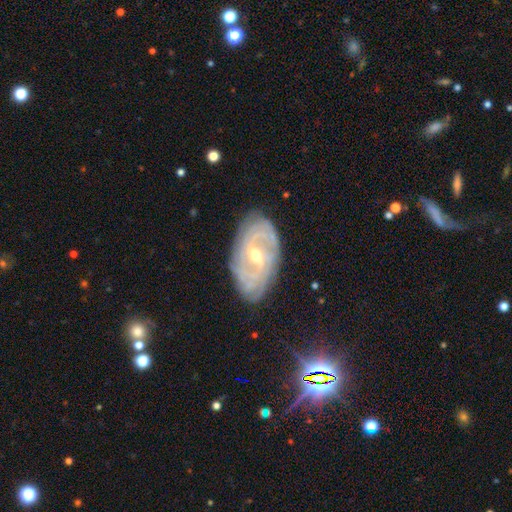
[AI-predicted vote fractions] This is clearly a featured or disk galaxy (84%). It is clearly not viewed edge-on (94%). Bar: possibly weak (53%). Spiral arm pattern: clearly yes (91%). Spiral arm count: marginally can't tell (42%). Spiral winding: likely tight (64%). Central bulge: possibly moderate (55%). Merging: likely none (78%).